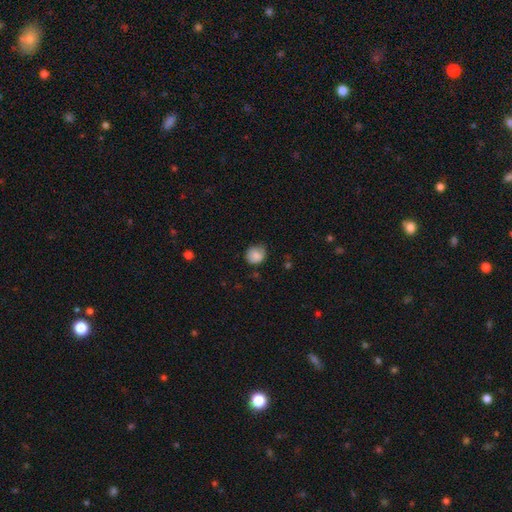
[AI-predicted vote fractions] Morphology: type=smooth (85%); roundness=round (79%); merging=none (68%).